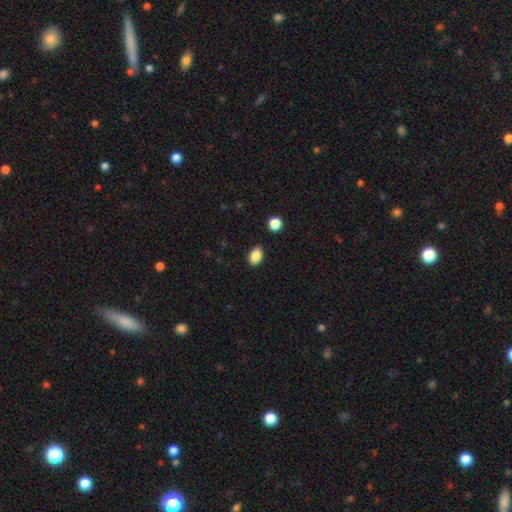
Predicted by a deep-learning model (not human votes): Smooth or featured? Predicted: smooth (p=0.86). How rounded? Predicted: in between (p=0.83). Merging? Predicted: none (p=0.87).